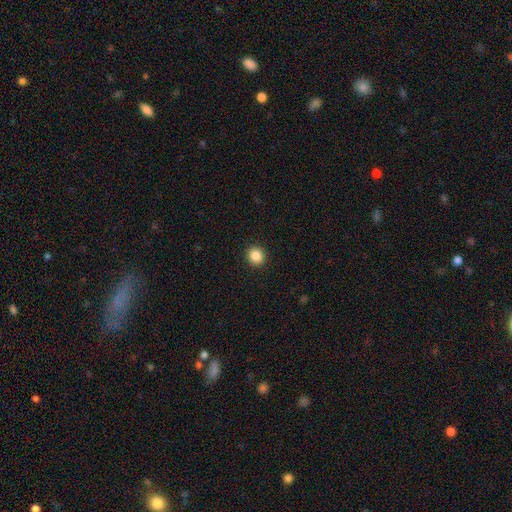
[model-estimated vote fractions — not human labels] smooth-or-featured: smooth: 87% | star or artifact: 10% | featured or disk: 3%
  how-rounded: round: 88% | in between: 11% | cigar-shaped: 1%
  merging: none: 93% | minor disturbance: 5% | major disturbance: 2% | merger: 1%